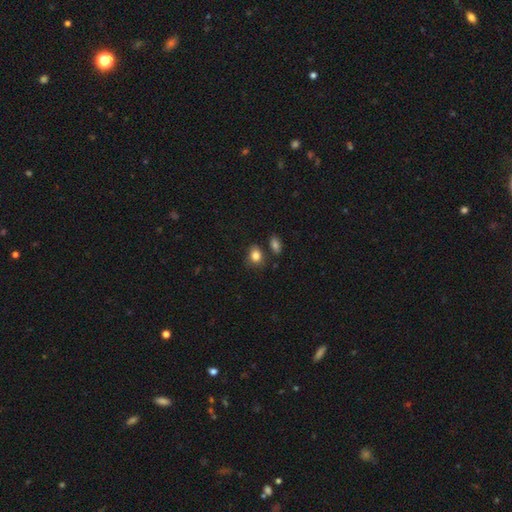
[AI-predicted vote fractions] Smooth or featured? Predicted: smooth (p=0.84). How rounded? Predicted: in between (p=0.56). Merging? Predicted: none (p=0.72).